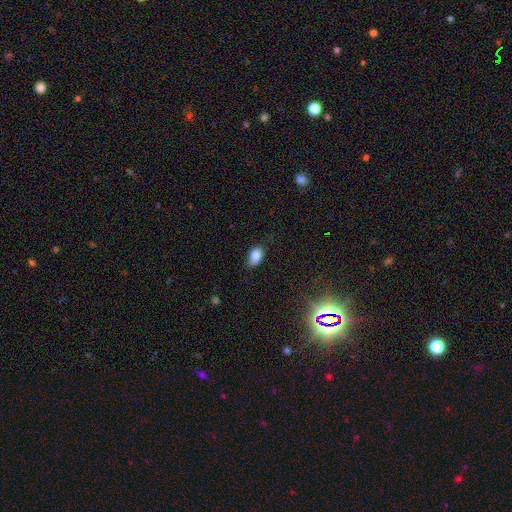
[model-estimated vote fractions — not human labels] smooth 84%, star or artifact 10%, featured or disk 6%. Down the decision tree: how rounded — in between (88%); merging — none (71%).